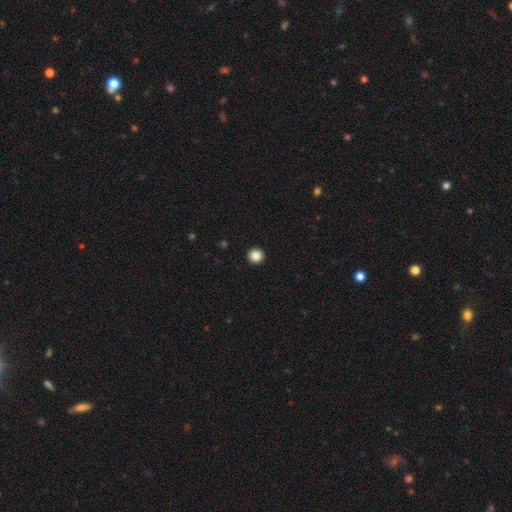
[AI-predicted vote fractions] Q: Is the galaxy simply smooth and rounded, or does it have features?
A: smooth — 86%.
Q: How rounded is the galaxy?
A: round — 96%.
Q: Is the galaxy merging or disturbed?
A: none — 94%.